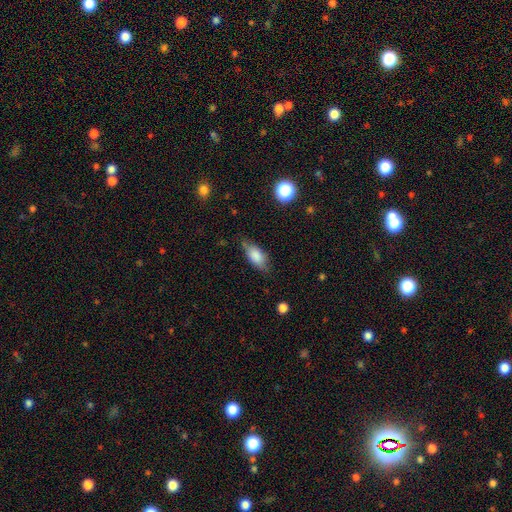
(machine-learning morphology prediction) type=smooth (79%); roundness=in between (82%); merging=none (69%).